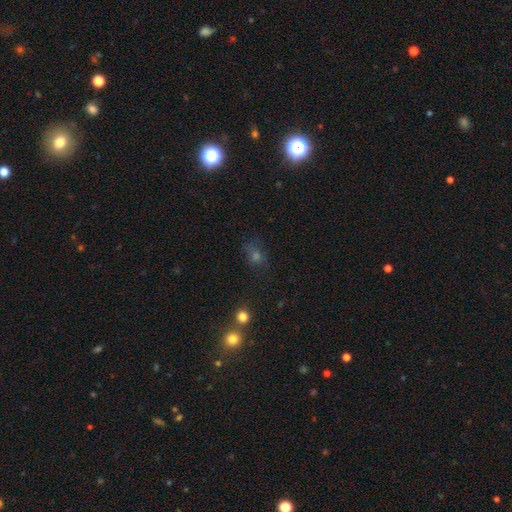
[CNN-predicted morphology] smooth 46%, star or artifact 39%, featured or disk 15%. Down the decision tree: merging — none (65%).